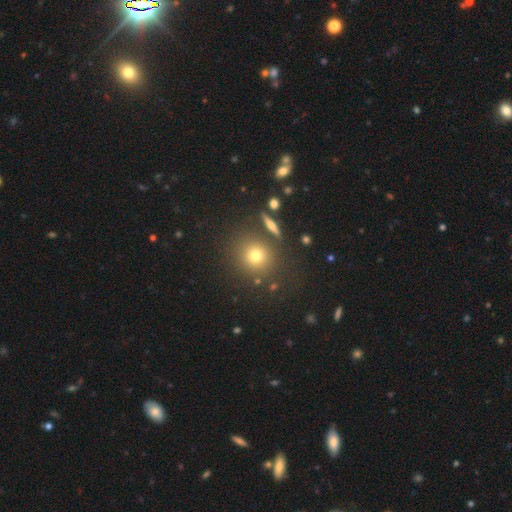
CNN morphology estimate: Smooth or featured? smooth (71%)
How rounded? round (89%)
Merging? none (82%)